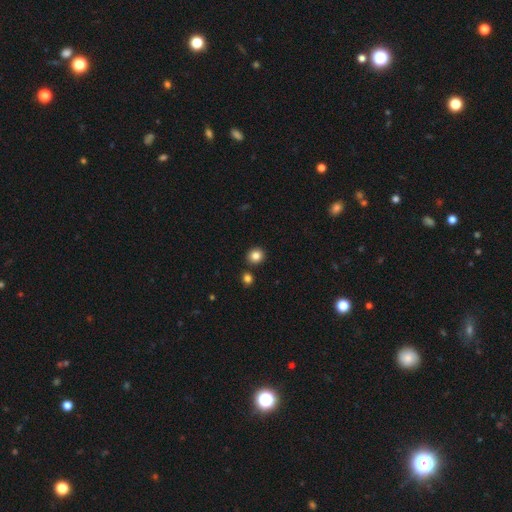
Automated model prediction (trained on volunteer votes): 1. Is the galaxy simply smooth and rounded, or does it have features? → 84% smooth, 11% star or artifact, 5% featured or disk.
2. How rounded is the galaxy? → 85% round, 14% in between, 1% cigar-shaped.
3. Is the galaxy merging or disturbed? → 87% none, 6% minor disturbance, 5% merger, 2% major disturbance.